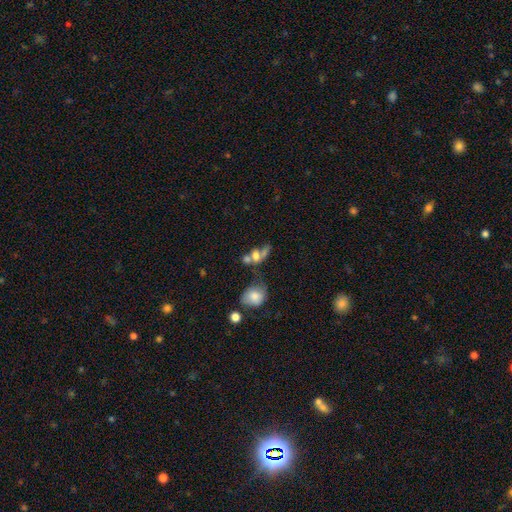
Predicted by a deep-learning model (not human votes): smooth-or-featured: smooth: 59% | featured or disk: 28% | star or artifact: 13%
  how-rounded: in between: 65% | round: 26% | cigar-shaped: 9%
  merging: merger: 52% | none: 22% | major disturbance: 14% | minor disturbance: 12%